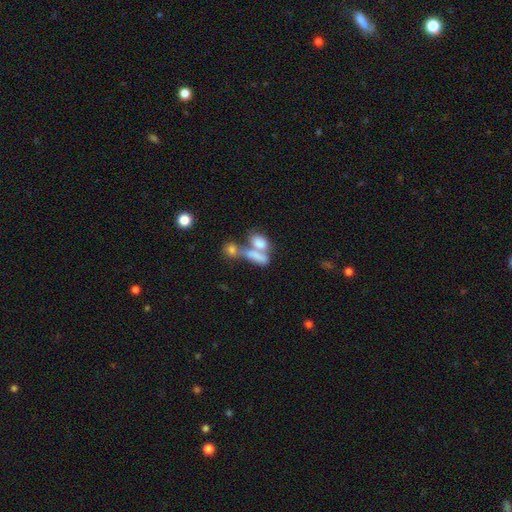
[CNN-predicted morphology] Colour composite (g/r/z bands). It shows a smooth galaxy with no disk features (72%) that is in between round and cigar-shaped (72%). Merging: merger (59%).